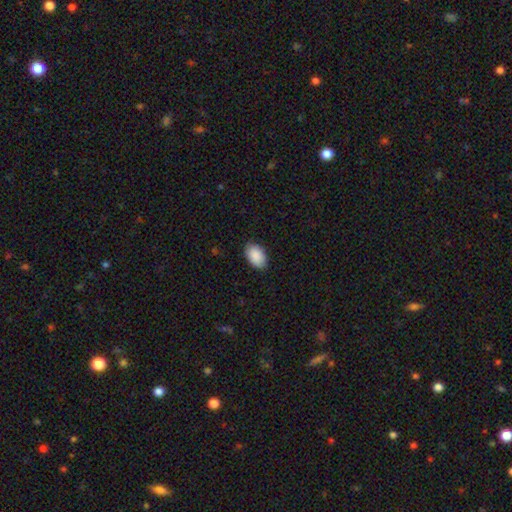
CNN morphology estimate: smooth 91%, star or artifact 6%, featured or disk 3%. Down the decision tree: how rounded — in between (91%); merging — none (86%).